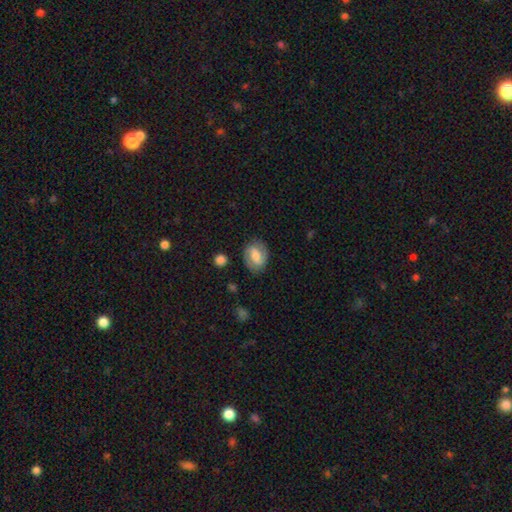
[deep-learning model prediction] Smooth or featured?
  - featured or disk: 56% *
  - smooth: 37%
  - star or artifact: 7%
Edge-on disk?
  - no: 96% *
  - yes: 4%
Bar?
  - weak: 47% *
  - strong: 31%
  - no: 22%
Spiral arms?
  - yes: 83% *
  - no: 17%
Bulge size?
  - moderate: 55% *
  - small: 30%
  - large: 9%
  - none: 4%
  - dominant: 2%
Merging?
  - none: 81% *
  - minor disturbance: 13%
  - major disturbance: 4%
  - merger: 2%